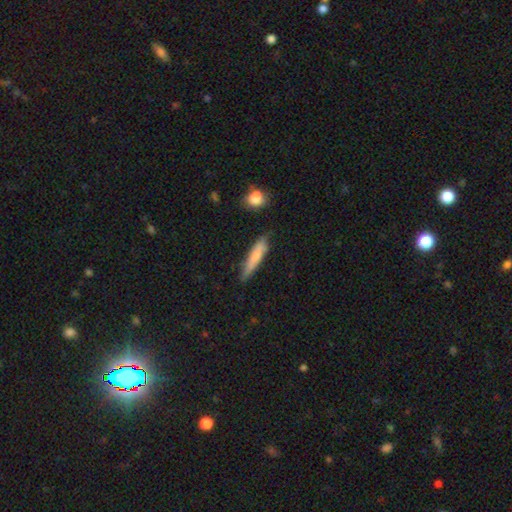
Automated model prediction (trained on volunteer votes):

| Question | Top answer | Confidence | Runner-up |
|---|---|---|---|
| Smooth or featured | smooth | 71% | featured or disk (22%) |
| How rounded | cigar-shaped | 85% | in between (13%) |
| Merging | none | 70% | minor disturbance (22%) |